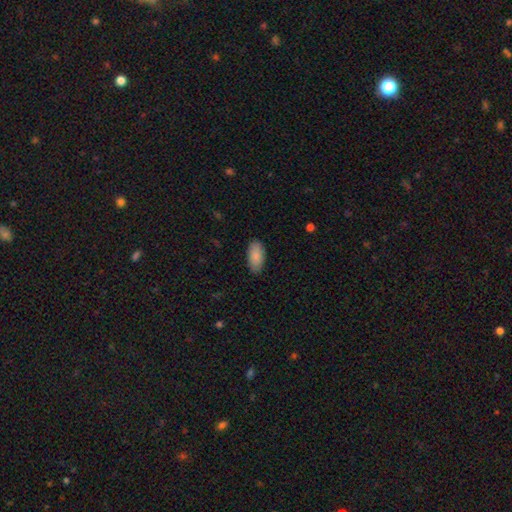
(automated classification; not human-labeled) Smooth or featured? Predicted: smooth (p=0.87). How rounded? Predicted: in between (p=0.94). Merging? Predicted: none (p=0.86).